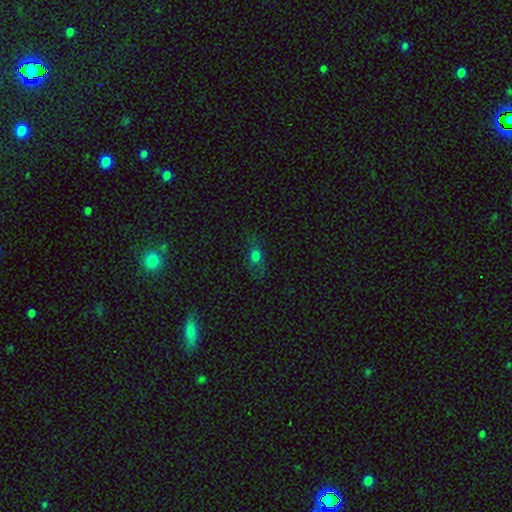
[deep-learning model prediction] Overall: smooth (64%). How rounded: in between (59%; round 26%). Merging: none (67%).